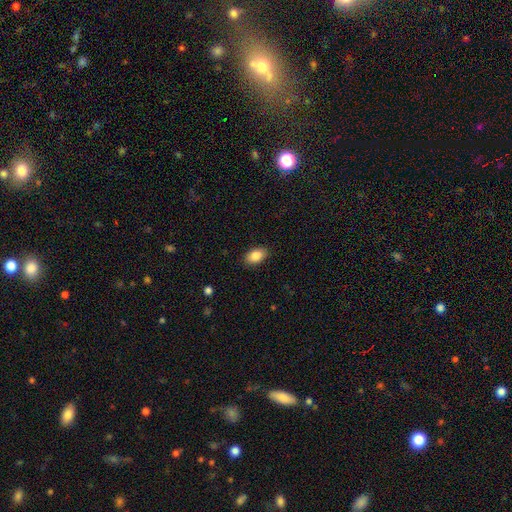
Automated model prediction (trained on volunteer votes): Smooth or featured? Predicted: smooth (p=0.86). How rounded? Predicted: in between (p=0.89). Merging? Predicted: none (p=0.88).